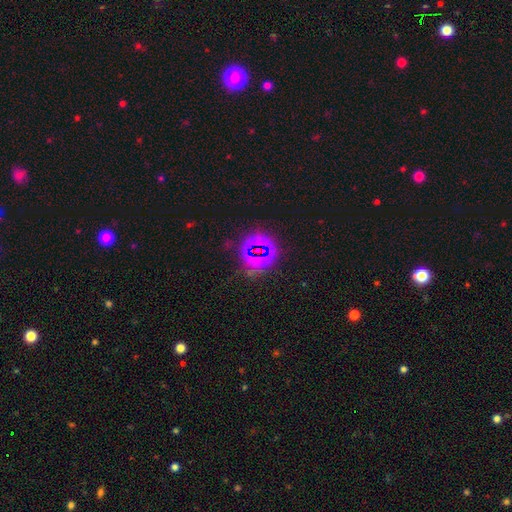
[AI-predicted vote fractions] The model was most divided on "smooth or featured": star or artifact: 70%, smooth: 21%, featured or disk: 10%.